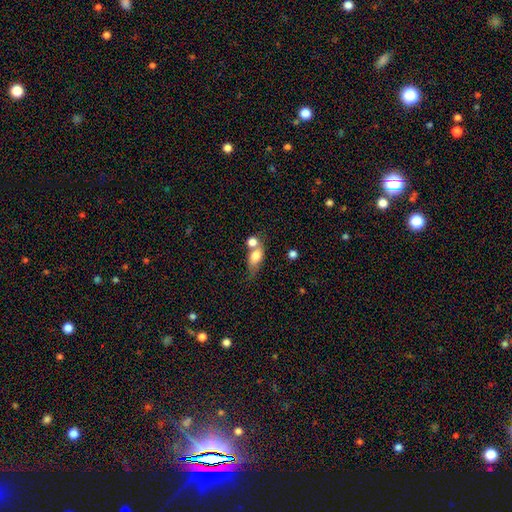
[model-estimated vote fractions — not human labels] Overall: smooth (74%). How rounded: in between (72%). Merging: merger (43%; none 33%).